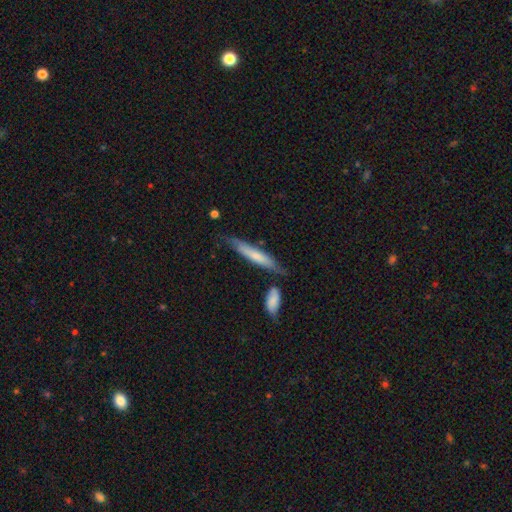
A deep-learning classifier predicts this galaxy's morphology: This appears to be a smooth galaxy with no disk features (61%) that is cigar-shaped (89%). Merging: none (65%).